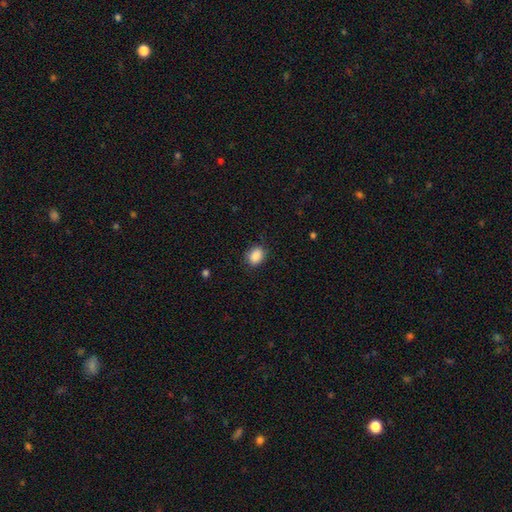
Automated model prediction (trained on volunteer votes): Overall: smooth (89%). How rounded: in between (69%; round 30%). Merging: none (82%).